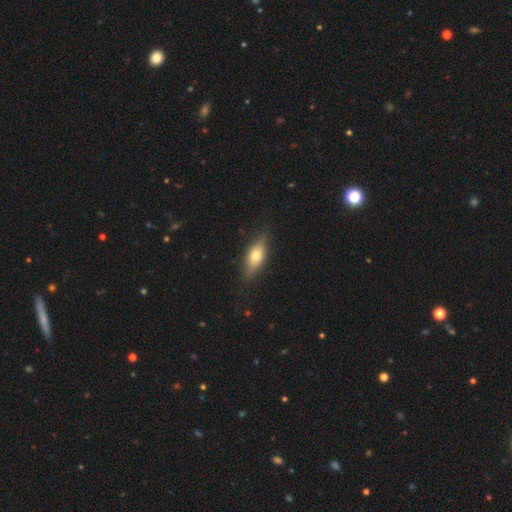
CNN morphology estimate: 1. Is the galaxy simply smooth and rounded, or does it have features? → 63% smooth, 31% featured or disk, 7% star or artifact.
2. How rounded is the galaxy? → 68% in between, 28% cigar-shaped, 4% round.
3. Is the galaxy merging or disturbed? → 83% none, 13% minor disturbance, 3% major disturbance, 1% merger.